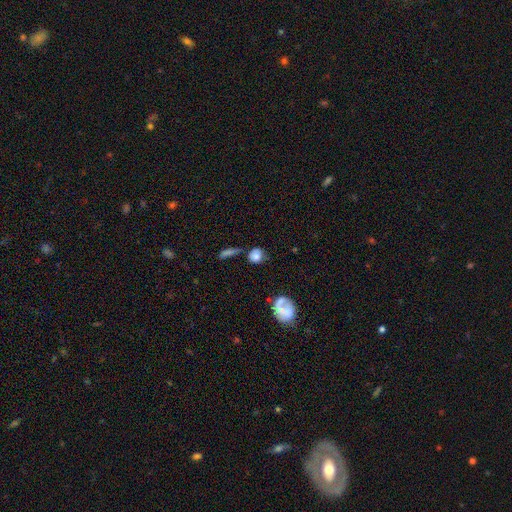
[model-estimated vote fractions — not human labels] This is likely a smooth galaxy (75%). How rounded: likely round (77%). Merging: possibly none (55%).